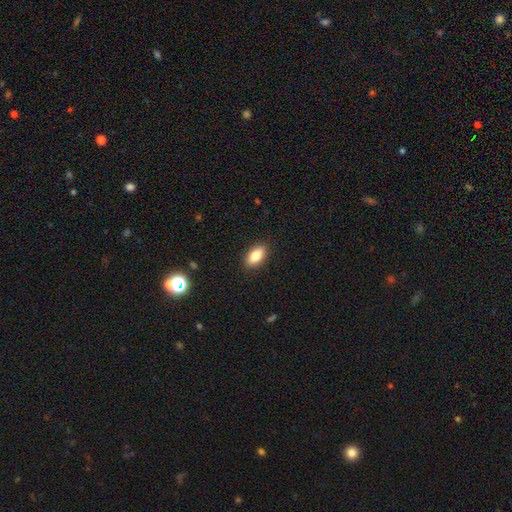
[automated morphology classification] Q: Smooth or featured?
A: smooth (82%); runner-up: featured or disk (10%)
Q: How rounded?
A: in between (89%); runner-up: cigar-shaped (7%)
Q: Merging?
A: none (89%); runner-up: minor disturbance (8%)